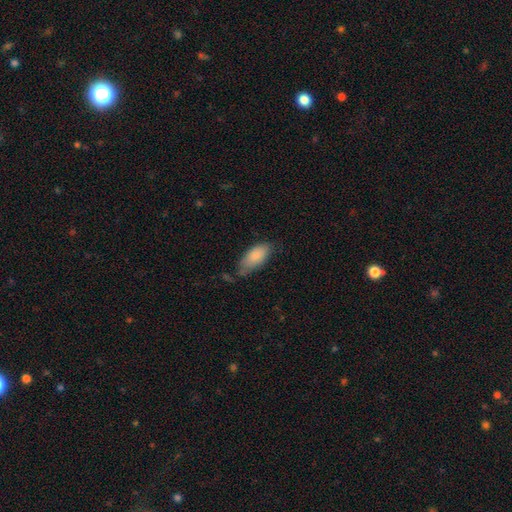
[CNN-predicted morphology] smooth_or_featured: smooth (p=0.84) [alt: featured or disk p=0.10]
how_rounded: in between (p=0.89) [alt: cigar-shaped p=0.09]
merging: none (p=0.52) [alt: minor disturbance p=0.36]